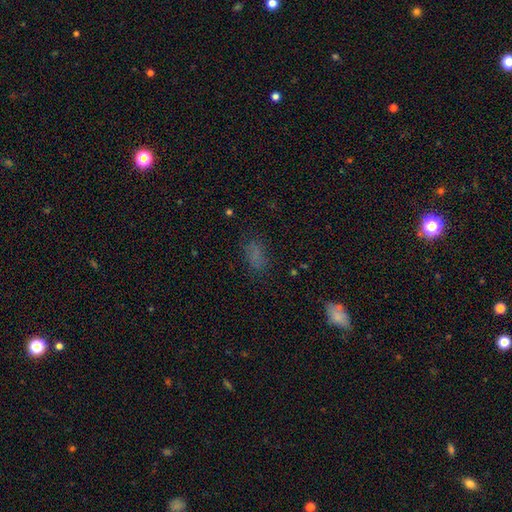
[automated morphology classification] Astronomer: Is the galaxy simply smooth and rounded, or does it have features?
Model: smooth — 70%.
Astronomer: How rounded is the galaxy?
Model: in between — 87%.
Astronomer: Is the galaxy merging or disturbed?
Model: none — 71%.